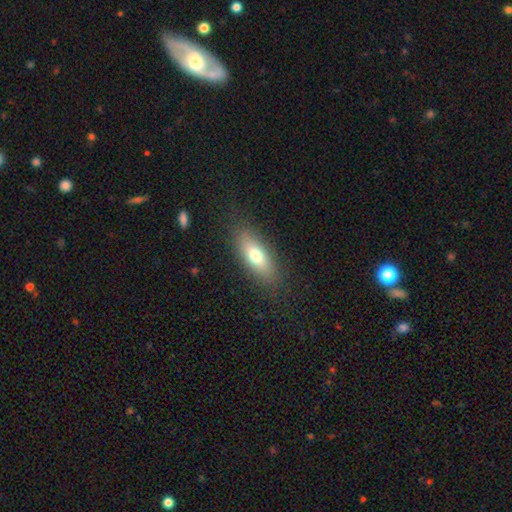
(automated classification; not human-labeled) The model was most divided on "smooth or featured": smooth: 70%, featured or disk: 22%, star or artifact: 8%. More confident: merging — none (84%); how rounded — in between (73%).